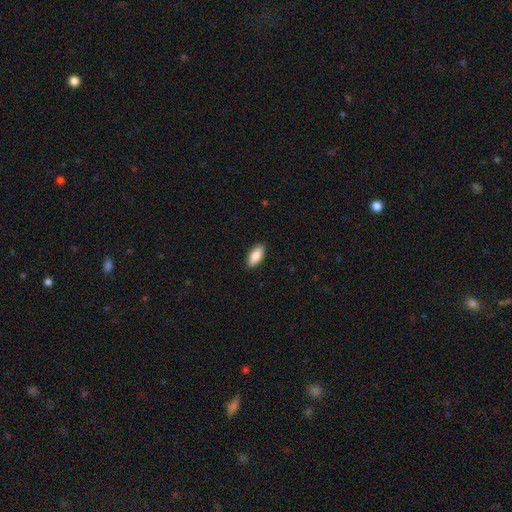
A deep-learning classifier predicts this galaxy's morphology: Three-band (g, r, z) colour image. It shows a smooth galaxy with no disk features (88%) that is in between round and cigar-shaped (90%). Merging: none (89%).